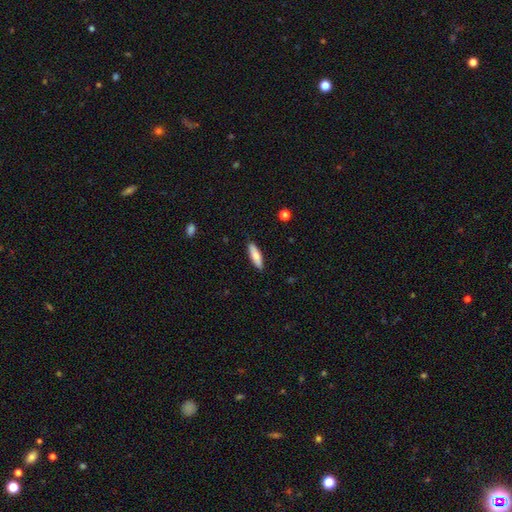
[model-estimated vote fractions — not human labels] This is likely a smooth galaxy (75%). How rounded: possibly cigar-shaped (58%). Merging: clearly none (89%).